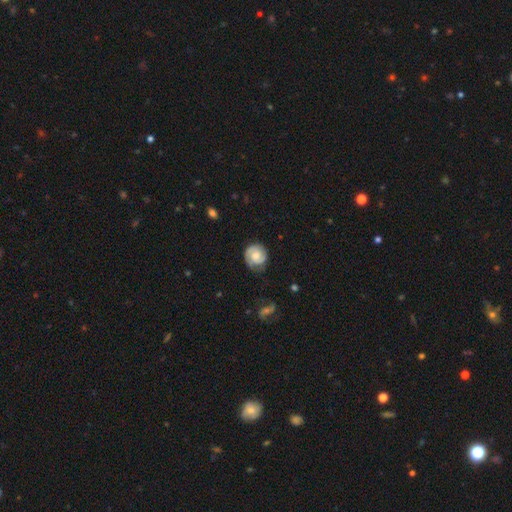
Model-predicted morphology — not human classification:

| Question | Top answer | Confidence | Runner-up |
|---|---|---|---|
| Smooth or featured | featured or disk | 66% | smooth (27%) |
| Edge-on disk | no | 98% | yes (2%) |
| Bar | no | 65% | weak (29%) |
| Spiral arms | yes | 93% | no (7%) |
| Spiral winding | tight | 60% | medium (31%) |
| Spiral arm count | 2 | 68% | 1 (13%) |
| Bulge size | moderate | 47% | small (33%) |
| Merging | none | 71% | minor disturbance (21%) |